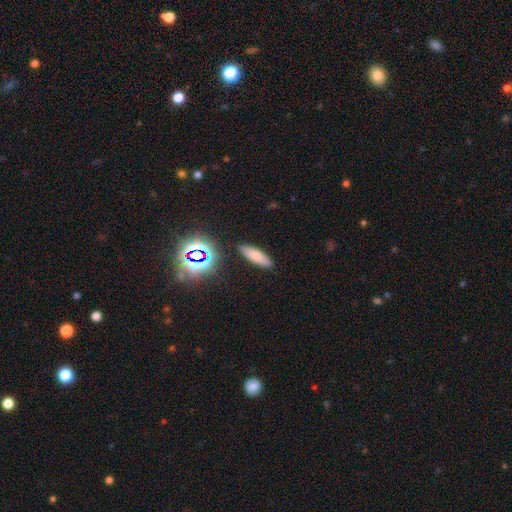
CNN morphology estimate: smooth-or-featured: smooth: 74% | star or artifact: 14% | featured or disk: 12%
  how-rounded: cigar-shaped: 49% | in between: 48% | round: 3%
  merging: none: 88% | minor disturbance: 8% | major disturbance: 2% | merger: 2%